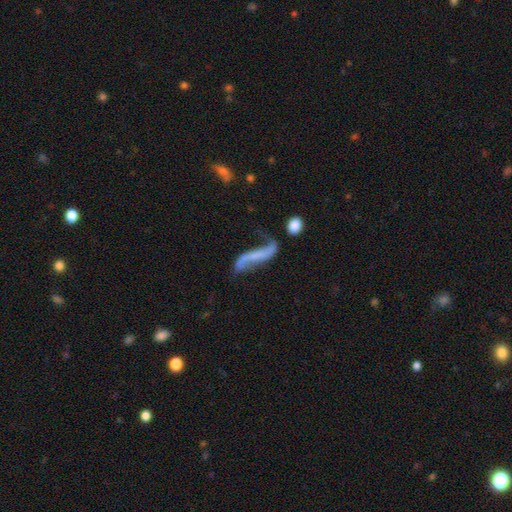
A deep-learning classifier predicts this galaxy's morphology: This appears to be a featured or disk galaxy (75%) with no bar (39%), 2 (89%) loose (90%) spiral arms (88%) and no central bulge (60%). Merging: none (52%).